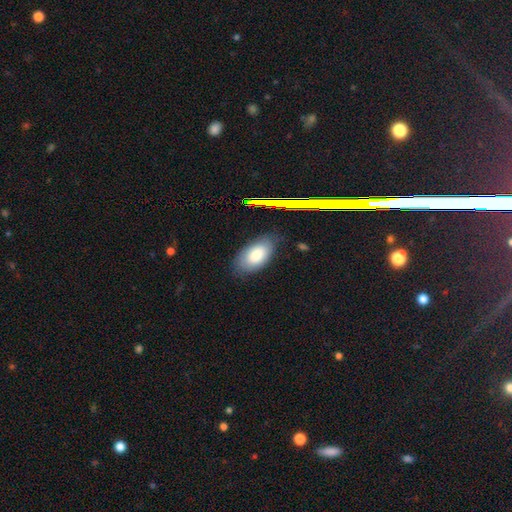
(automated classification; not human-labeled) Smooth or featured?
  - smooth: 80% *
  - featured or disk: 11%
  - star or artifact: 9%
How rounded?
  - in between: 93% *
  - round: 5%
  - cigar-shaped: 2%
Merging?
  - none: 79% *
  - minor disturbance: 15%
  - major disturbance: 4%
  - merger: 2%